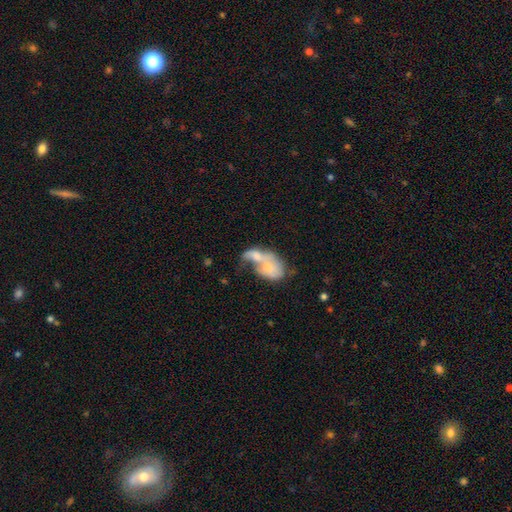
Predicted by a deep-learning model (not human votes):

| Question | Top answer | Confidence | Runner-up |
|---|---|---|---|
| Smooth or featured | smooth | 59% | featured or disk (34%) |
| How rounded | in between | 80% | round (18%) |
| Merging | merger | 73% | major disturbance (10%) |